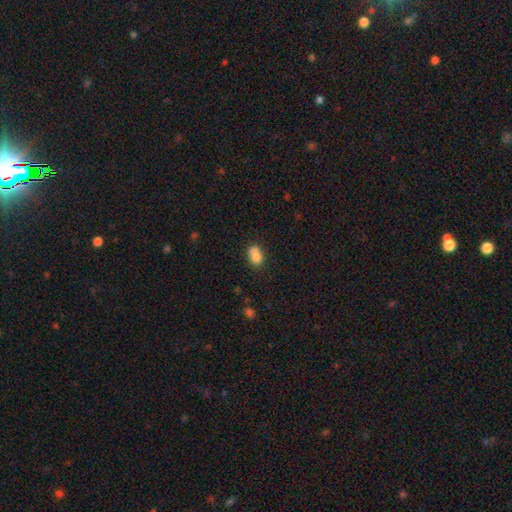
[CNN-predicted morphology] Smooth or featured?
  - smooth: 77% *
  - featured or disk: 13%
  - star or artifact: 10%
How rounded?
  - in between: 63% *
  - round: 36%
  - cigar-shaped: 1%
Merging?
  - none: 40% *
  - merger: 34%
  - minor disturbance: 18%
  - major disturbance: 7%